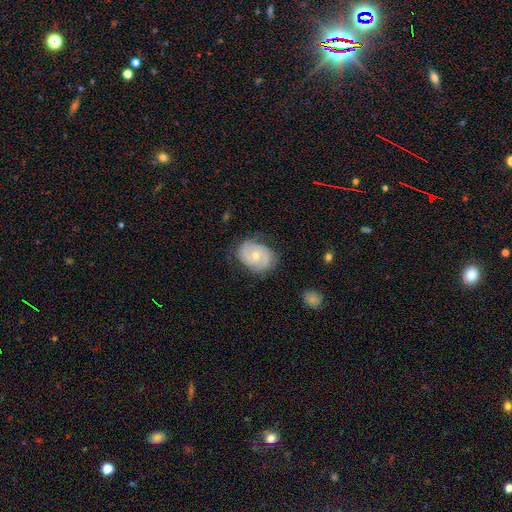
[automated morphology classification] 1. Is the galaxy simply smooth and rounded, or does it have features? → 67% featured or disk, 26% smooth, 6% star or artifact.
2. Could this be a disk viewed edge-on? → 97% no, 3% yes.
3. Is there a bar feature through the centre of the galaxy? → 65% no, 30% weak, 5% strong.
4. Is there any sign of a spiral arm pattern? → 87% yes, 13% no.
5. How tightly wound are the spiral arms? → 47% tight, 39% medium, 14% loose.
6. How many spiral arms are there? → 71% 2, 17% can't tell, 6% 3, 3% 1, 2% 4, 2% more than 4.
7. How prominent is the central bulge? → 50% moderate, 46% small, 1% large, 1% none, 1% dominant.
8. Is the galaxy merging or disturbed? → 71% none, 21% minor disturbance, 7% major disturbance, 1% merger.